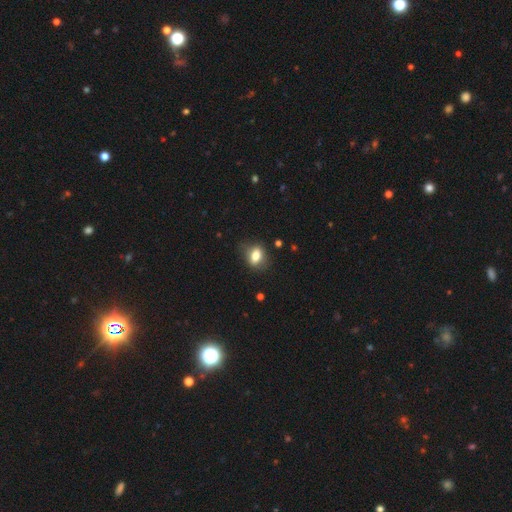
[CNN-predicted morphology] A smooth galaxy with no disk features (74%) that is in between round and cigar-shaped (72%).

Vote fractions:
- Smooth or featured? smooth: 74% / featured or disk: 17% / star or artifact: 9%
- How rounded? in between: 72% / round: 25% / cigar-shaped: 3%
- Merging? none: 74% / minor disturbance: 18% / major disturbance: 6% / merger: 2%